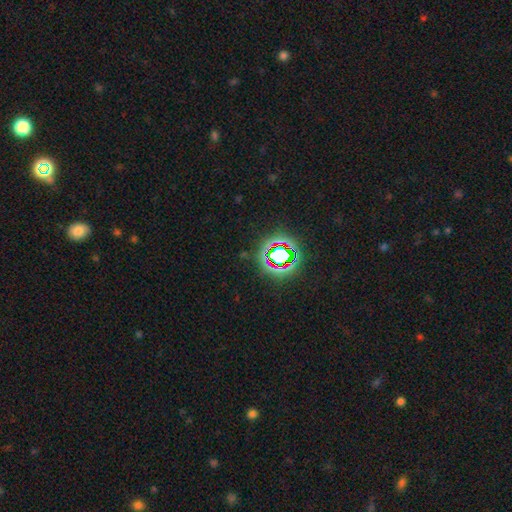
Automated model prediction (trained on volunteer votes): Smooth or featured: star or artifact — 77% (smooth — 13%)